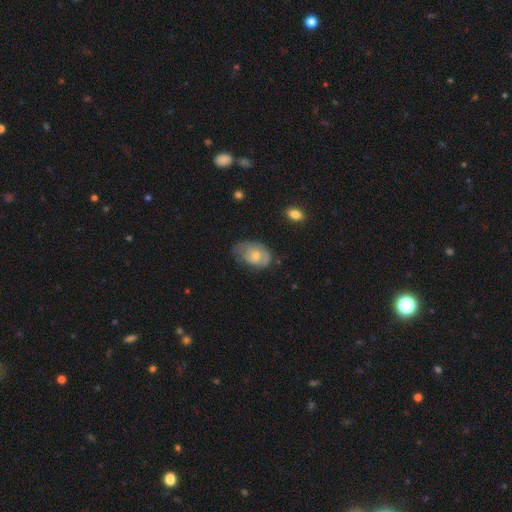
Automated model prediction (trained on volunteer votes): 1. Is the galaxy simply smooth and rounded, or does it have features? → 55% smooth, 38% featured or disk, 7% star or artifact.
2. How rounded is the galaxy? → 82% in between, 17% round, 1% cigar-shaped.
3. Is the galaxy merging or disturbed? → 40% none, 38% minor disturbance, 19% major disturbance, 2% merger.